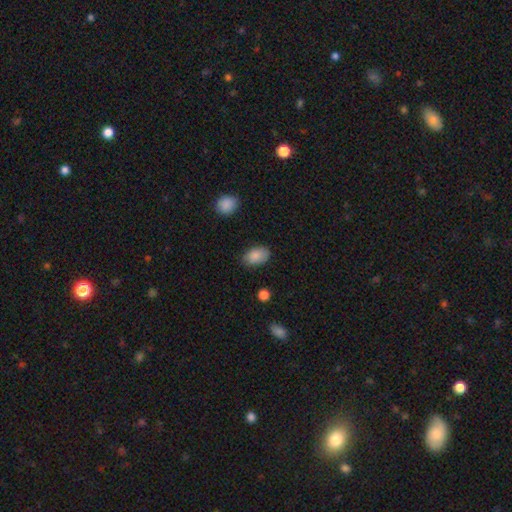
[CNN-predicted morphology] A smooth galaxy with no disk features (87%) that is in between round and cigar-shaped (91%). Merging: none (82%).